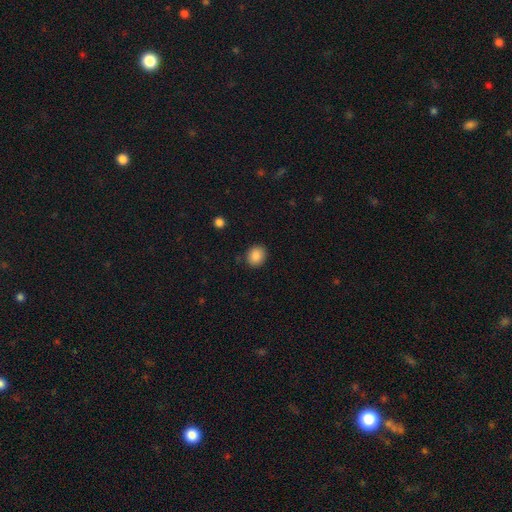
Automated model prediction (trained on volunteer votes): Smooth or featured? Predicted: smooth (p=0.87). How rounded? Predicted: round (p=0.71). Merging? Predicted: none (p=0.88).